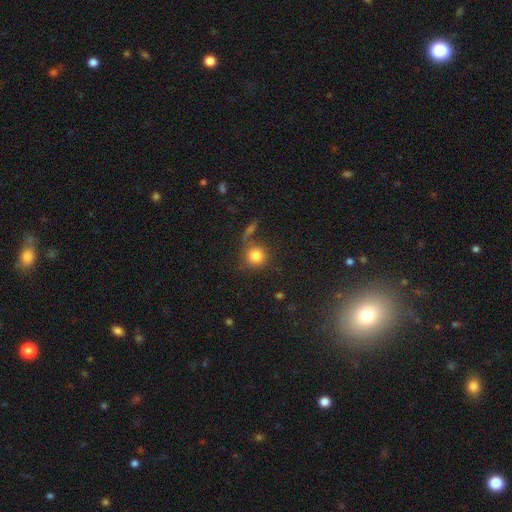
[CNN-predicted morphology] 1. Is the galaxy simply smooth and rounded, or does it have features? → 81% smooth, 11% star or artifact, 8% featured or disk.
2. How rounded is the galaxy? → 91% round, 8% in between, 1% cigar-shaped.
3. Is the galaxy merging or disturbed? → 66% none, 13% merger, 13% minor disturbance, 8% major disturbance.